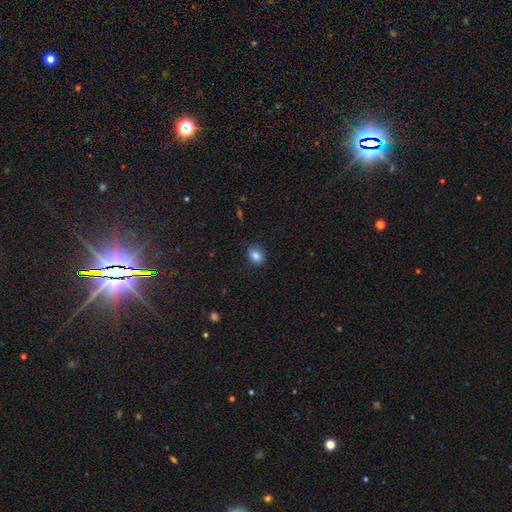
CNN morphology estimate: smooth-or-featured: smooth: 82% | star or artifact: 10% | featured or disk: 8%
  how-rounded: round: 51% | in between: 48% | cigar-shaped: 1%
  merging: none: 81% | minor disturbance: 15% | major disturbance: 3% | merger: 1%